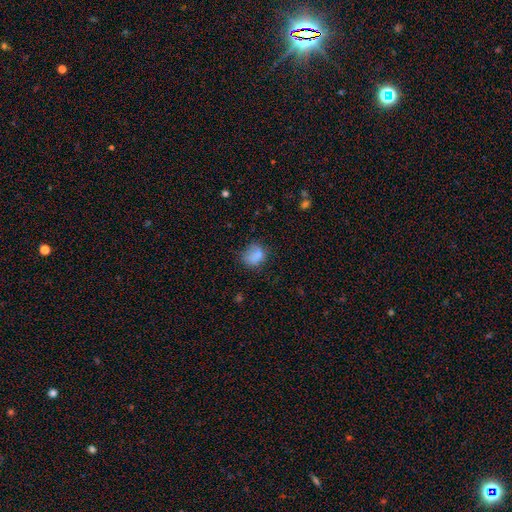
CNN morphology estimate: Smooth or featured: smooth — 78% (star or artifact — 12%)
How rounded: round — 53% (in between — 46%)
Merging: none — 55% (minor disturbance — 29%)